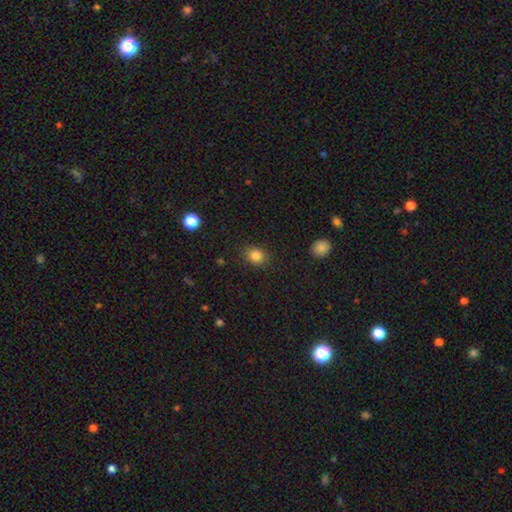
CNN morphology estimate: smooth-or-featured: smooth: 85% | star or artifact: 11% | featured or disk: 4%
  how-rounded: round: 66% | in between: 33% | cigar-shaped: 1%
  merging: none: 85% | minor disturbance: 10% | major disturbance: 3% | merger: 1%